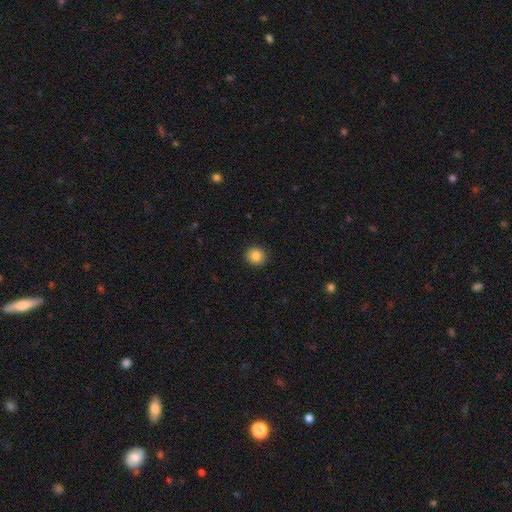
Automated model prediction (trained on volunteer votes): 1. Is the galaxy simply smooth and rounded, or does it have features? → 85% smooth, 10% star or artifact, 5% featured or disk.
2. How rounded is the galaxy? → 90% round, 9% in between, 1% cigar-shaped.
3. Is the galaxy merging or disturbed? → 92% none, 5% minor disturbance, 2% major disturbance, 1% merger.